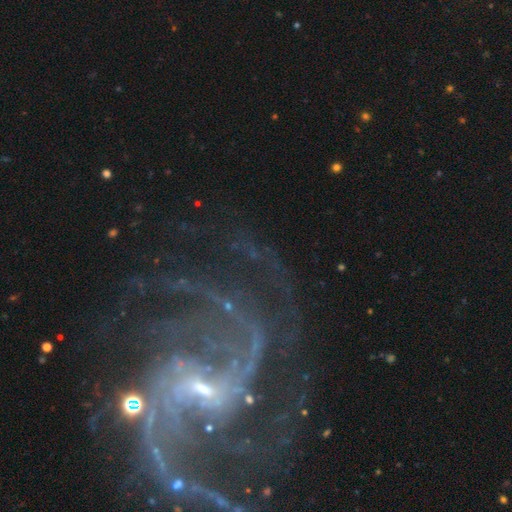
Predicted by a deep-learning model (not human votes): A featured or disk galaxy (85%) with a weak bar (40%), 2 (30%) medium (45%) spiral arms (95%) and a small central bulge (78%).

Vote fractions:
- Smooth or featured? featured or disk: 85% / star or artifact: 10% / smooth: 5%
- Edge-on disk? no: 98% / yes: 2%
- Bar? weak: 40% / no: 33% / strong: 27%
- Spiral arms? yes: 95% / no: 5%
- Spiral winding? medium: 45% / tight: 36% / loose: 19%
- Spiral arm count? 2: 30% / can't tell: 20% / 3: 17% / 4: 12% / more than 4: 10% / 1: 10%
- Bulge size? small: 78% / moderate: 15% / none: 5% / large: 2% / dominant: 1%
- Merging? none: 59% / major disturbance: 22% / minor disturbance: 15% / merger: 4%